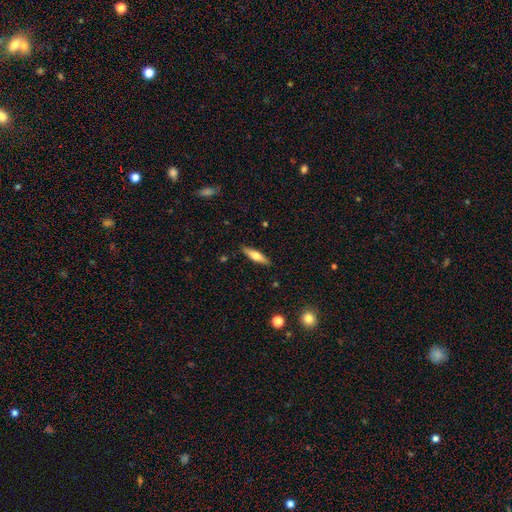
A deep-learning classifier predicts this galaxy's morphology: Smooth or featured: smooth — 56% (featured or disk — 38%)
How rounded: cigar-shaped — 67% (in between — 31%)
Merging: none — 88% (minor disturbance — 9%)